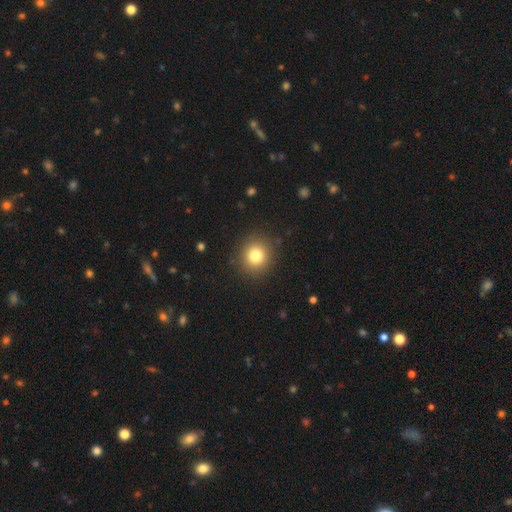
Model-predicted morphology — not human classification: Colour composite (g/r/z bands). It shows a smooth galaxy with no disk features (80%) that is round (89%). Merging: none (89%).